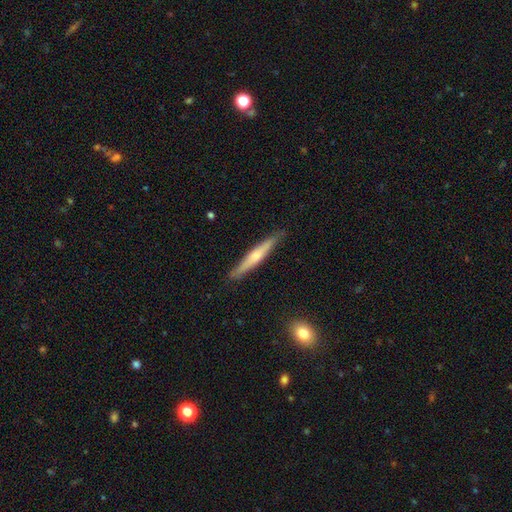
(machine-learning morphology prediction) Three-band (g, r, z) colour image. It shows a featured or disk galaxy (51%) viewed edge-on (96%). Merging: none (87%).